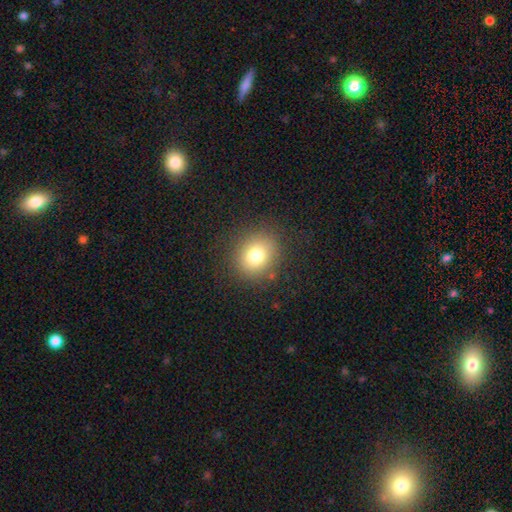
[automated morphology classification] smooth-or-featured: smooth: 78% | star or artifact: 13% | featured or disk: 9%
  how-rounded: round: 72% | in between: 27% | cigar-shaped: 1%
  merging: none: 85% | minor disturbance: 9% | major disturbance: 4% | merger: 1%